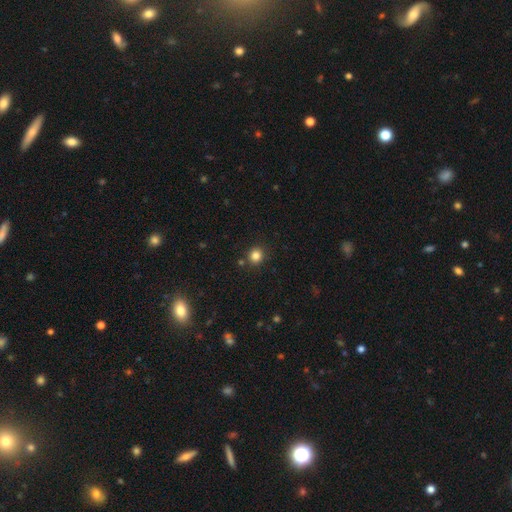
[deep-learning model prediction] Smooth or featured? smooth (83%)
How rounded? round (91%)
Merging? none (86%)